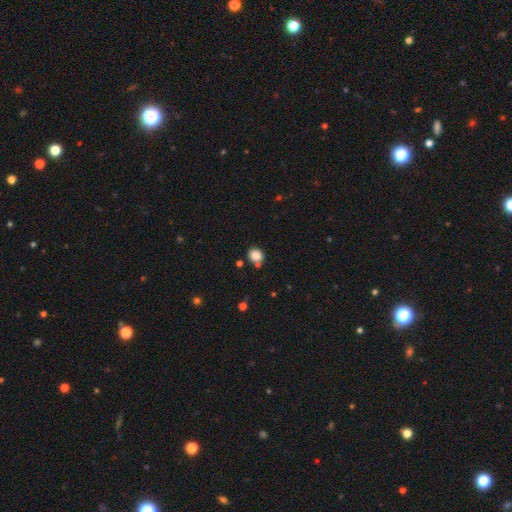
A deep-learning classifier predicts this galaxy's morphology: Q: Smooth or featured?
A: smooth (85%); runner-up: star or artifact (10%)
Q: How rounded?
A: round (71%); runner-up: in between (28%)
Q: Merging?
A: none (69%); runner-up: minor disturbance (14%)